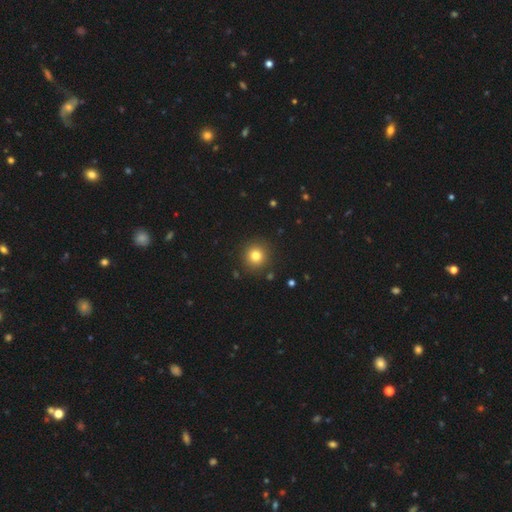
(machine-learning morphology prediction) This appears to be a smooth galaxy with no disk features (80%) that is round (94%). Merging: none (90%).